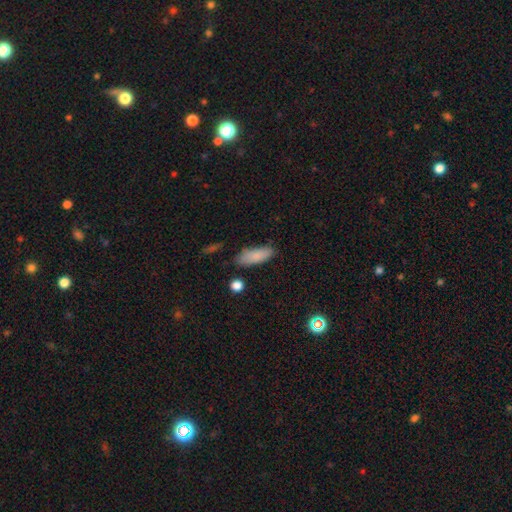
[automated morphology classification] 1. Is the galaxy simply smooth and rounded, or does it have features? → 85% smooth, 8% star or artifact, 7% featured or disk.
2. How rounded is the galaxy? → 69% in between, 28% cigar-shaped, 2% round.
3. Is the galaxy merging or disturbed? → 75% none, 18% minor disturbance, 4% major disturbance, 3% merger.